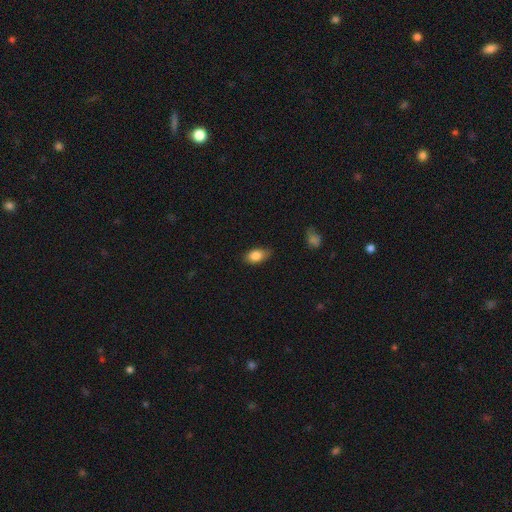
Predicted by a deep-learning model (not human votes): This appears to be a smooth galaxy with no disk features (85%) that is in between round and cigar-shaped (88%). Merging: none (73%).